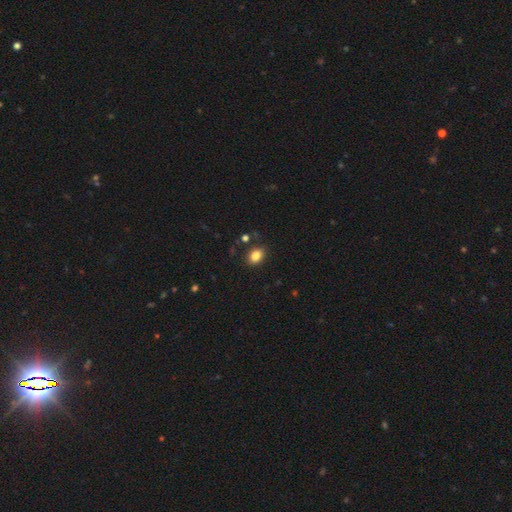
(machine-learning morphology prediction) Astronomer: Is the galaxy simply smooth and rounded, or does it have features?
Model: smooth — 84%.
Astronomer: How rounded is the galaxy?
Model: in between — 68%.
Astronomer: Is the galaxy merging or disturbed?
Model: none — 85%.